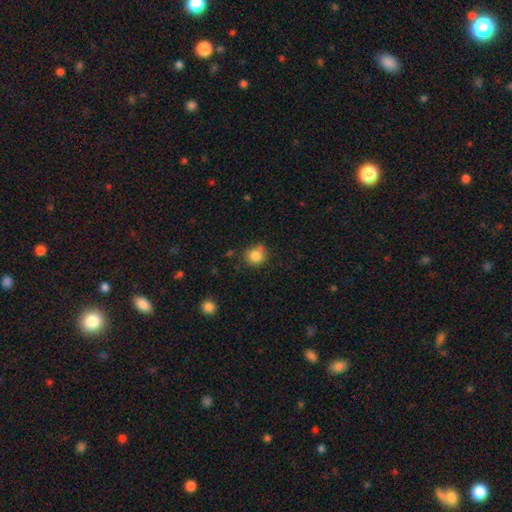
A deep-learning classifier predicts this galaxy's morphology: A smooth galaxy with no disk features (83%) that is round (85%).

Vote fractions:
- Smooth or featured? smooth: 83% / star or artifact: 11% / featured or disk: 6%
- How rounded? round: 85% / in between: 14% / cigar-shaped: 1%
- Merging? none: 67% / minor disturbance: 20% / merger: 8% / major disturbance: 5%